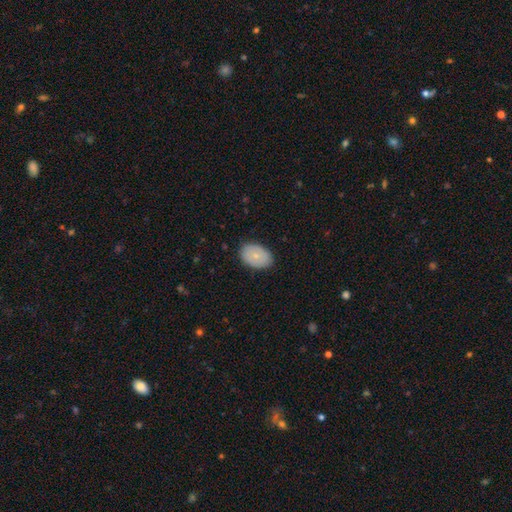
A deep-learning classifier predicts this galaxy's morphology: type=smooth (71%); roundness=in between (83%); merging=none (84%).